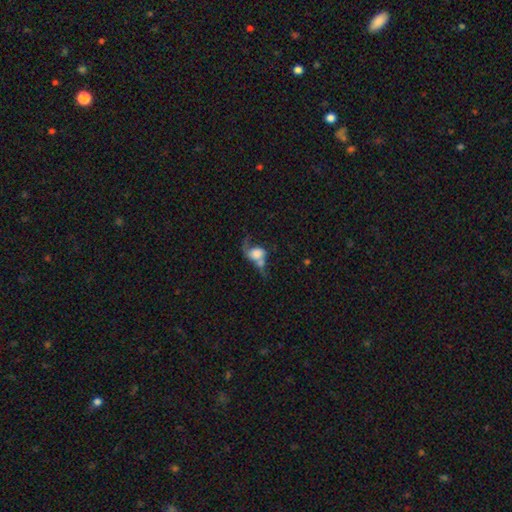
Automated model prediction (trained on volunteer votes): This is possibly a smooth galaxy (50%). Merging: marginally merger (40%).